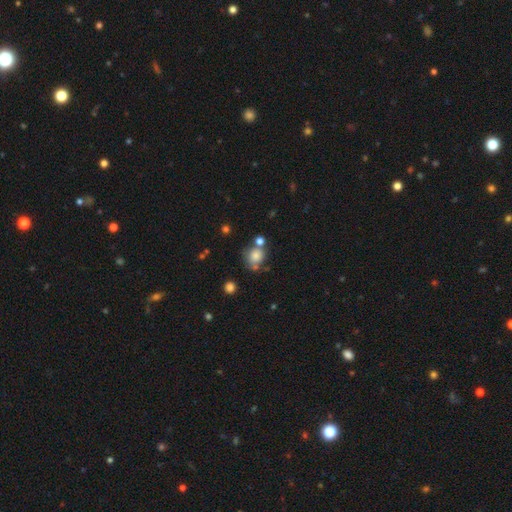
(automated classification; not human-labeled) Q: Smooth or featured?
A: smooth (77%); runner-up: star or artifact (12%)
Q: How rounded?
A: round (75%); runner-up: in between (24%)
Q: Merging?
A: none (54%); runner-up: merger (22%)